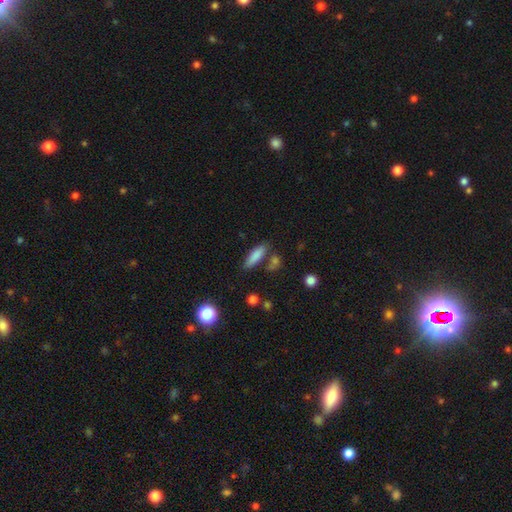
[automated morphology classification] type=smooth (82%); roundness=cigar-shaped (54%); merging=none (69%).